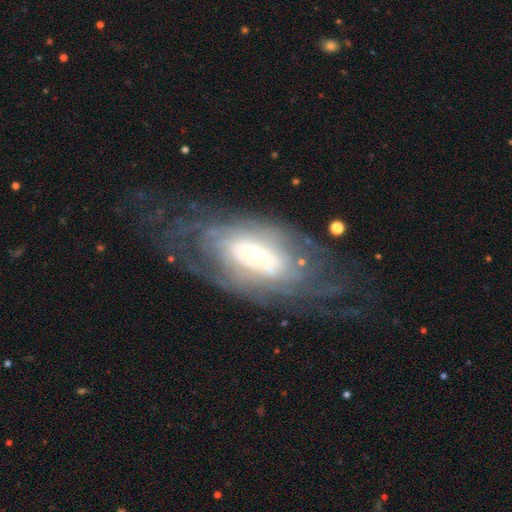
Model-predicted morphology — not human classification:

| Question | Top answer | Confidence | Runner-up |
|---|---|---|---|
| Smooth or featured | featured or disk | 74% | smooth (18%) |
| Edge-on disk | no | 90% | yes (10%) |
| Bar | no | 71% | weak (19%) |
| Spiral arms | yes | 83% | no (17%) |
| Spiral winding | tight | 65% | medium (24%) |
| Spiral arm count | can't tell | 57% | 2 (13%) |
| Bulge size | small | 48% | large (21%) |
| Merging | none | 64% | minor disturbance (18%) |